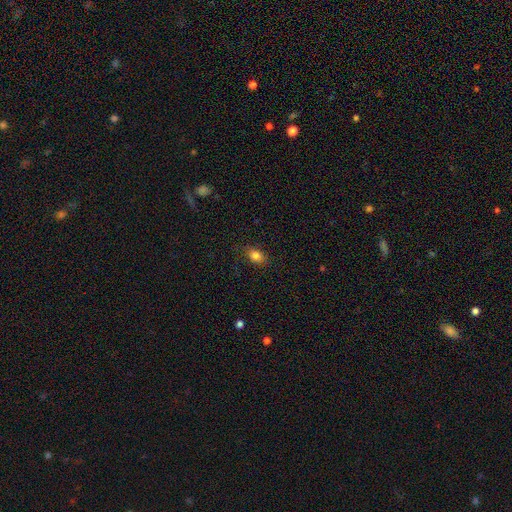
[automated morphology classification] smooth 82%, star or artifact 10%, featured or disk 8%. Down the decision tree: how rounded — in between (74%); merging — none (81%).